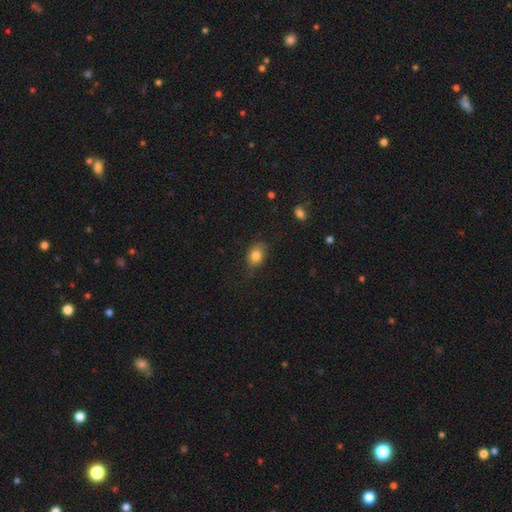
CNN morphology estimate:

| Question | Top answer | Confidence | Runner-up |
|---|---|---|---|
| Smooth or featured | smooth | 82% | star or artifact (9%) |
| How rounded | in between | 69% | round (30%) |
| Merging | none | 69% | minor disturbance (24%) |